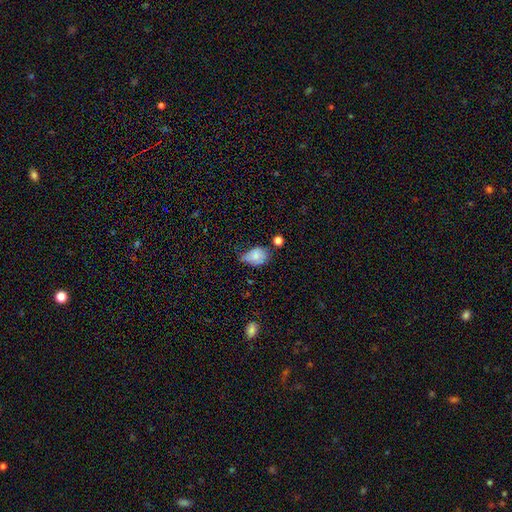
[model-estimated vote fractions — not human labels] Overall: smooth (72%). How rounded: in between (77%). Merging: minor disturbance (44%; none 31%).